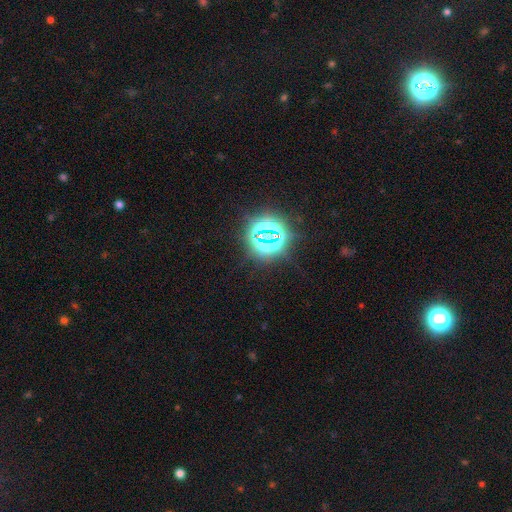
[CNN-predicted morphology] This appears to be a star or artifact, not a galaxy (80%).